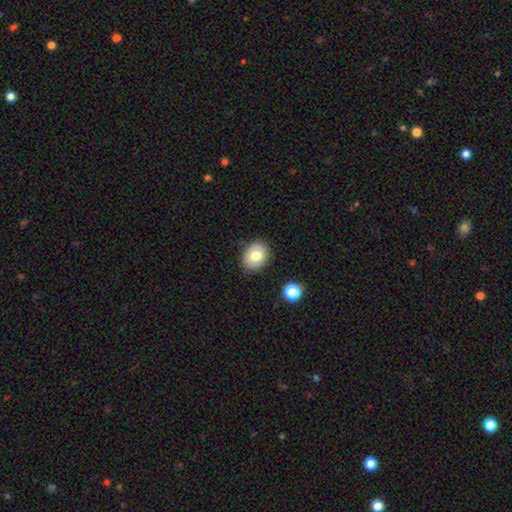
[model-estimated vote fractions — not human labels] A smooth galaxy with no disk features (75%) that is in between round and cigar-shaped (59%). Merging: none (82%).